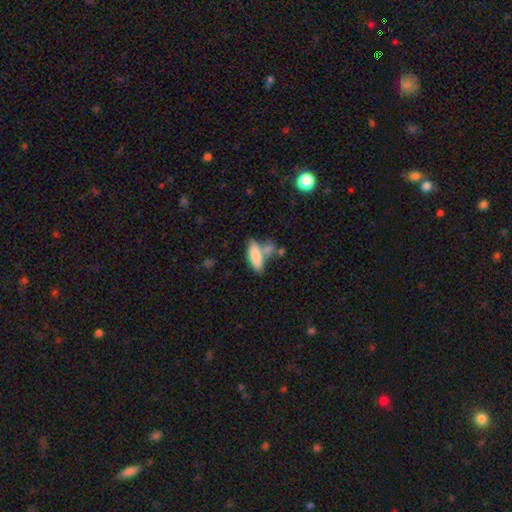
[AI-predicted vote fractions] smooth-or-featured: smooth: 79% | featured or disk: 14% | star or artifact: 7%
  how-rounded: in between: 59% | cigar-shaped: 39% | round: 2%
  merging: none: 46% | merger: 30% | minor disturbance: 17% | major disturbance: 7%